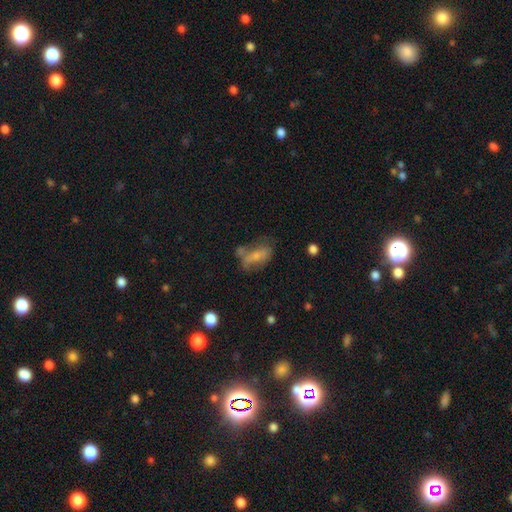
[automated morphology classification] smooth_or_featured: smooth (p=0.56) [alt: featured or disk p=0.33]
how_rounded: in between (p=0.81) [alt: cigar-shaped p=0.12]
merging: none (p=0.36) [alt: minor disturbance p=0.22]